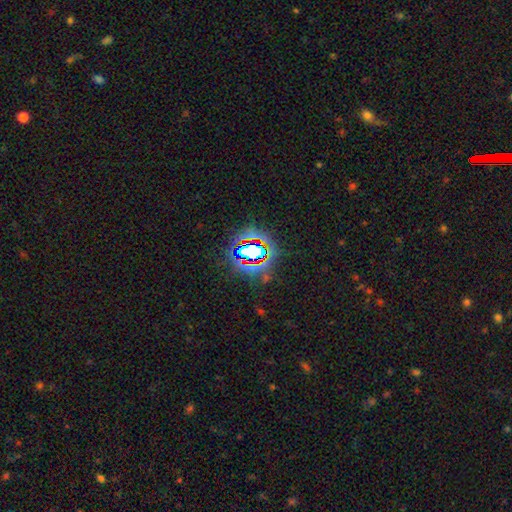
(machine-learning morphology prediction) star or artifact 80%, smooth 11%, featured or disk 9%.